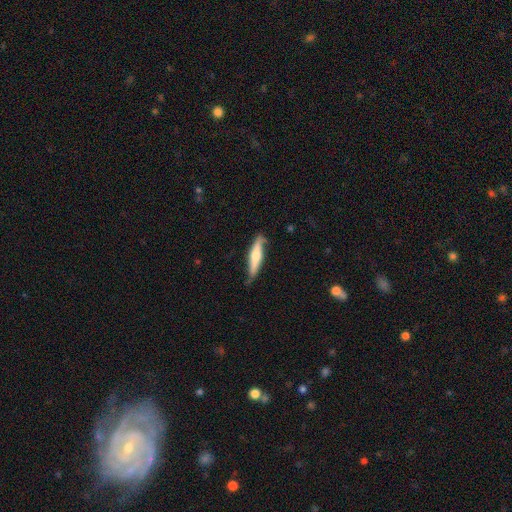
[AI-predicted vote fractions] A smooth galaxy with no disk features (50%). Merging: none (69%).